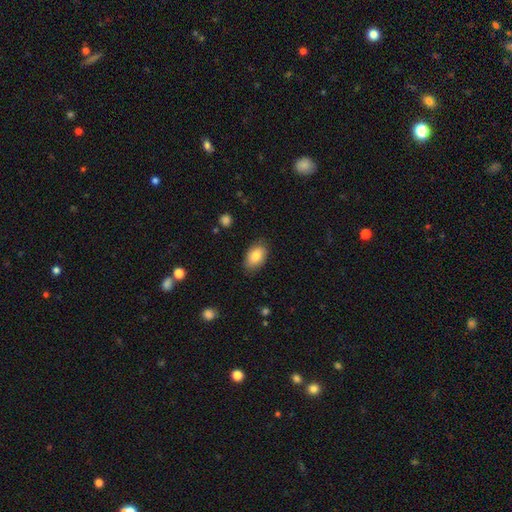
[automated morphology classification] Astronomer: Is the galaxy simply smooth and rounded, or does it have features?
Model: smooth — 80%.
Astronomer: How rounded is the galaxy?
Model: in between — 89%.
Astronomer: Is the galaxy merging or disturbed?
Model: none — 81%.